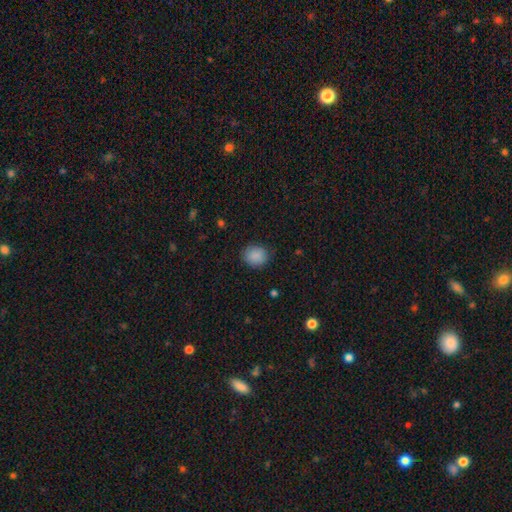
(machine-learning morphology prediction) Smooth or featured? smooth (88%)
How rounded? round (68%)
Merging? none (85%)